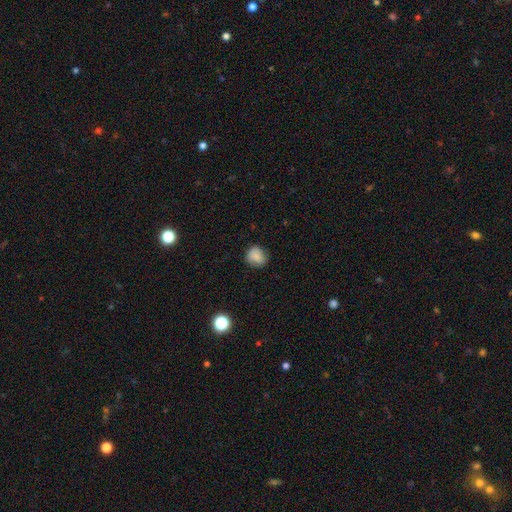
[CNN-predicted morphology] type=smooth (82%); roundness=round (77%); merging=none (78%).